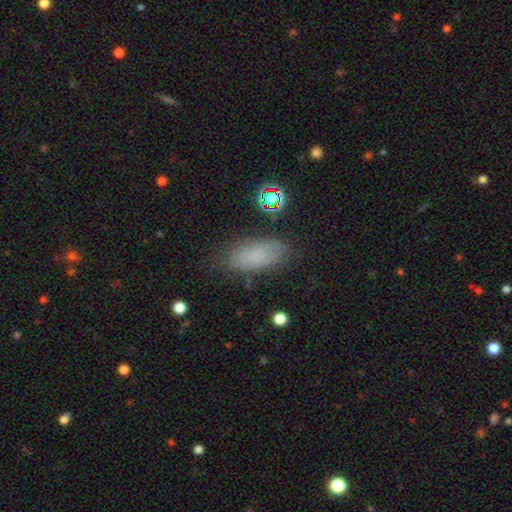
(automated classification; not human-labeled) Q: Smooth or featured?
A: smooth (79%); runner-up: star or artifact (12%)
Q: How rounded?
A: in between (83%); runner-up: cigar-shaped (13%)
Q: Merging?
A: none (76%); runner-up: minor disturbance (16%)